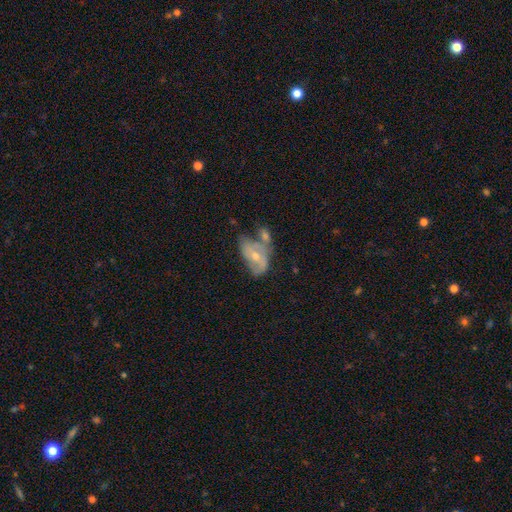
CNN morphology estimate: featured or disk 56%, smooth 37%, star or artifact 8%. Down the decision tree: edge-on disk — no (95%); bar — no (64%); spiral arms — yes (57%); bulge size — moderate (55%); merging — merger (38%).